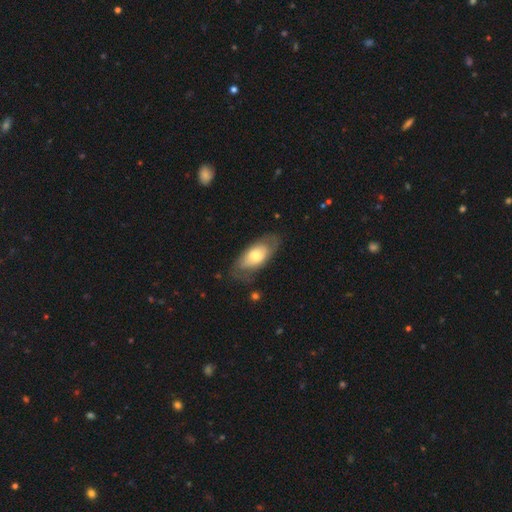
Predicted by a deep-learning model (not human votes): smooth 57%, featured or disk 38%, star or artifact 6%. Down the decision tree: how rounded — in between (89%); merging — none (71%).